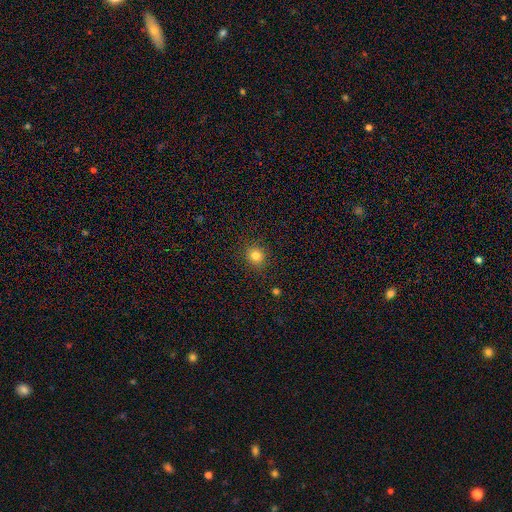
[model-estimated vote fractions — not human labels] A smooth galaxy with no disk features (81%) that is round (88%).

Vote fractions:
- Smooth or featured? smooth: 81% / star or artifact: 13% / featured or disk: 6%
- How rounded? round: 88% / in between: 11% / cigar-shaped: 1%
- Merging? none: 91% / minor disturbance: 6% / major disturbance: 2% / merger: 1%